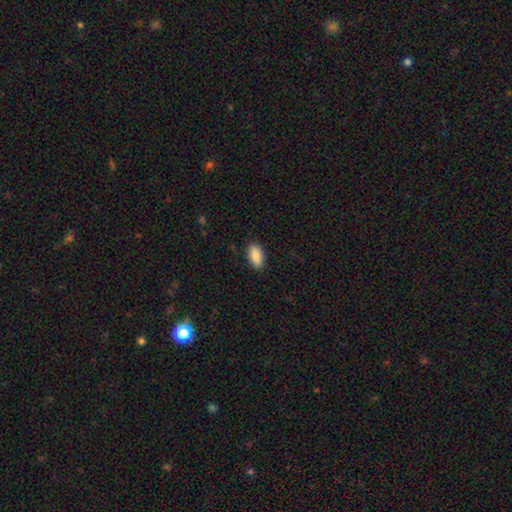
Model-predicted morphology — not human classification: Smooth or featured? Predicted: smooth (p=0.89). How rounded? Predicted: in between (p=0.93). Merging? Predicted: none (p=0.89).